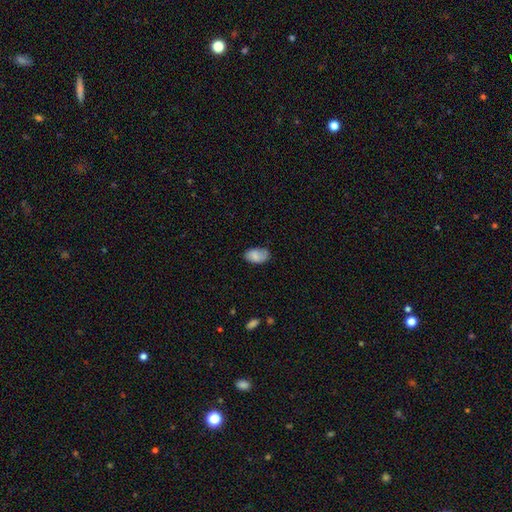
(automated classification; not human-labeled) Morphology: type=smooth (79%); roundness=in between (91%); merging=none (64%).